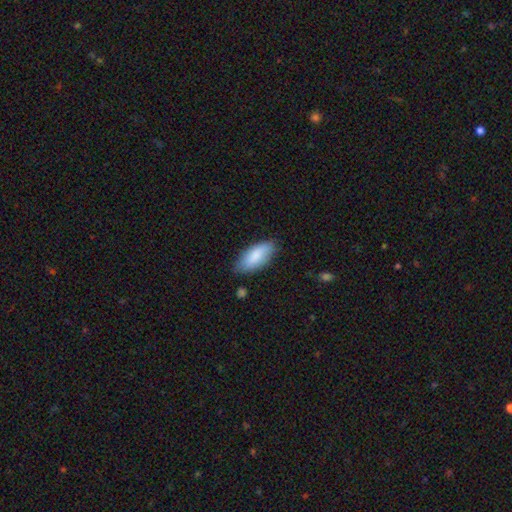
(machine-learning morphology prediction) This appears to be a smooth galaxy with no disk features (84%) that is in between round and cigar-shaped (87%). Merging: none (77%).